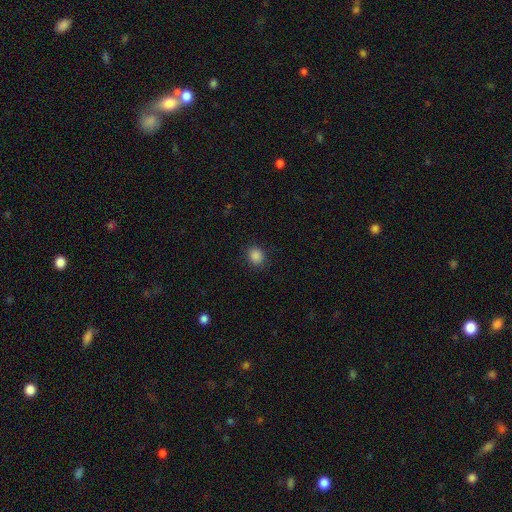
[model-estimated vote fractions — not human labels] Smooth or featured: smooth — 86% (star or artifact — 11%)
How rounded: round — 76% (in between — 23%)
Merging: none — 88% (minor disturbance — 8%)